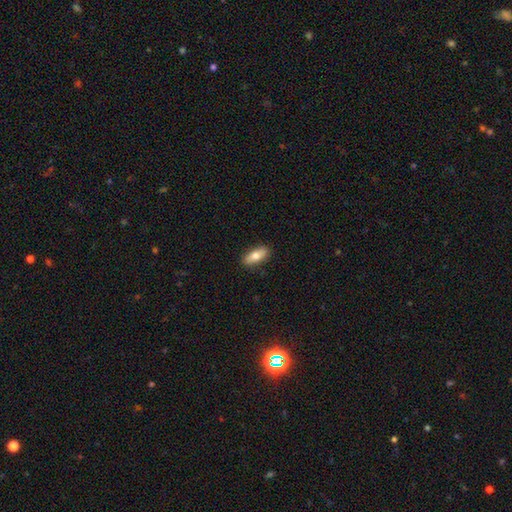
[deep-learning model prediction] Smooth or featured? Predicted: smooth (p=0.73). How rounded? Predicted: in between (p=0.80). Merging? Predicted: none (p=0.88).